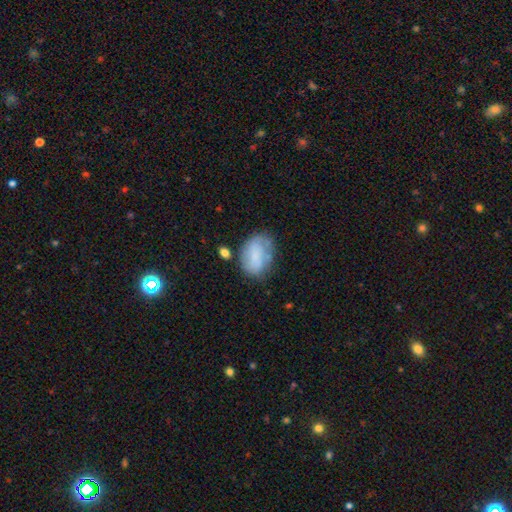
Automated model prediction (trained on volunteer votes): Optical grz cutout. It shows a smooth galaxy with no disk features (68%) that is in between round and cigar-shaped (82%). Merging: none (52%).